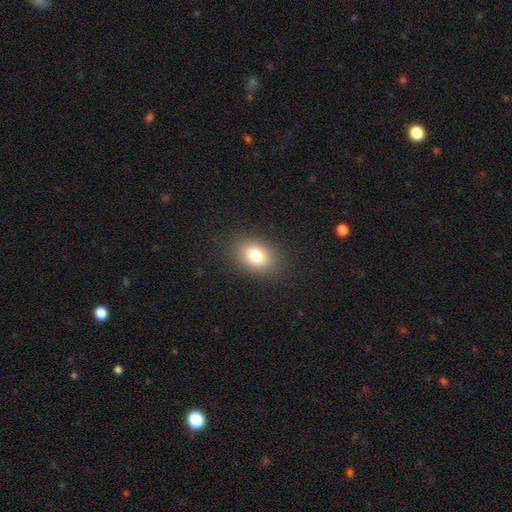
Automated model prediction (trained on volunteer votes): The model was most divided on "how rounded": in between: 73%, round: 25%, cigar-shaped: 1%. More confident: merging — none (87%); smooth or featured — smooth (80%).